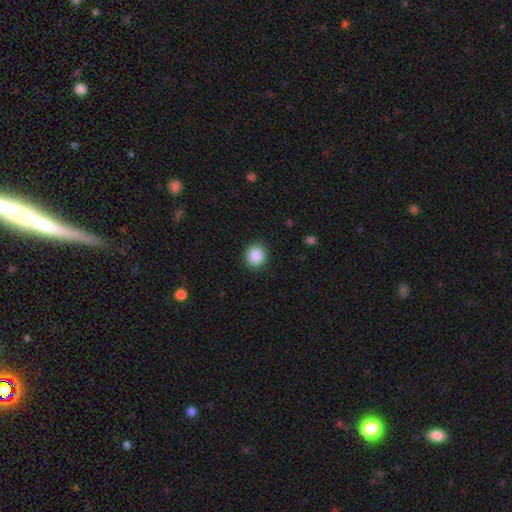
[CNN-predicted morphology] A smooth galaxy with no disk features (88%) that is round (78%). Merging: none (90%).